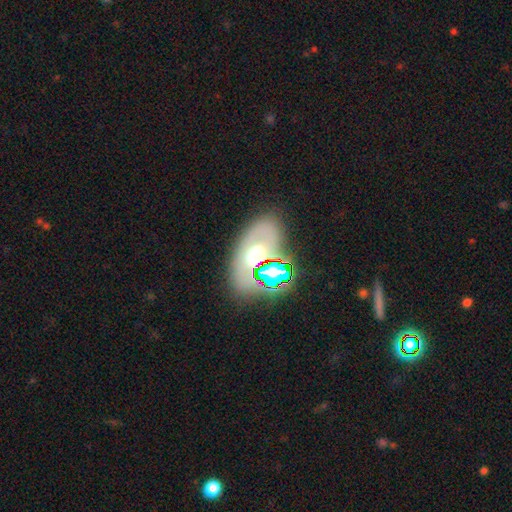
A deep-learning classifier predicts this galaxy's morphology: This appears to be a smooth galaxy with no disk features (42%). Merging: none (70%).